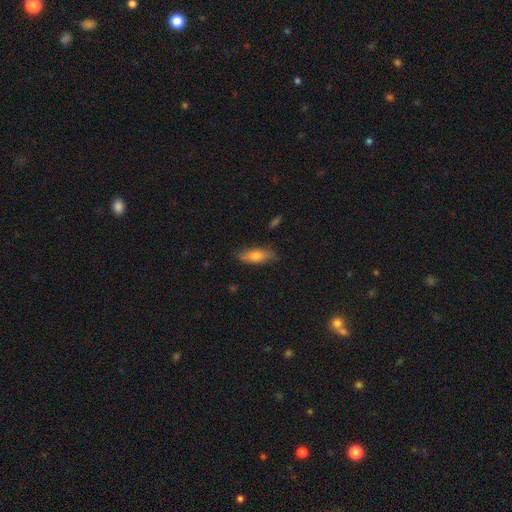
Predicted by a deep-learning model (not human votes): This is likely a smooth galaxy (71%). How rounded: likely in between (65%). Merging: likely none (80%).